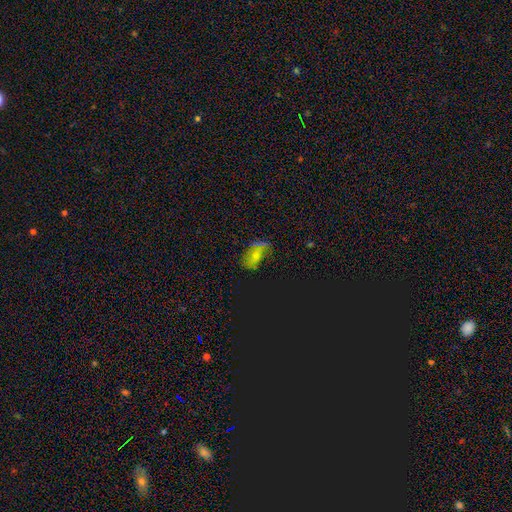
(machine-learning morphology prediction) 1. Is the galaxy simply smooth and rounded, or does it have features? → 45% smooth, 30% featured or disk, 25% star or artifact.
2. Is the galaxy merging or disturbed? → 50% none, 28% minor disturbance, 18% major disturbance, 4% merger.